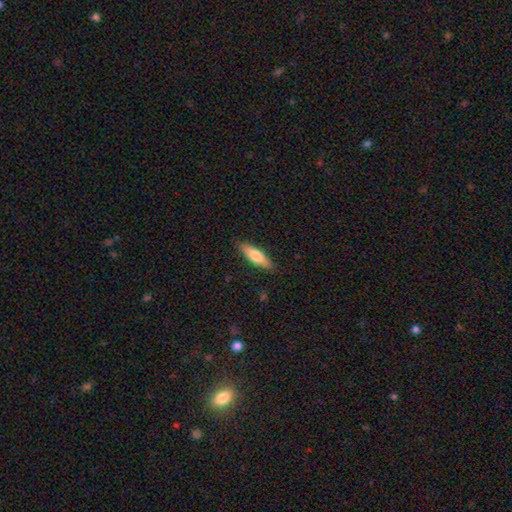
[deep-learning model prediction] A smooth galaxy with no disk features (64%) that is cigar-shaped (59%). Merging: none (88%).